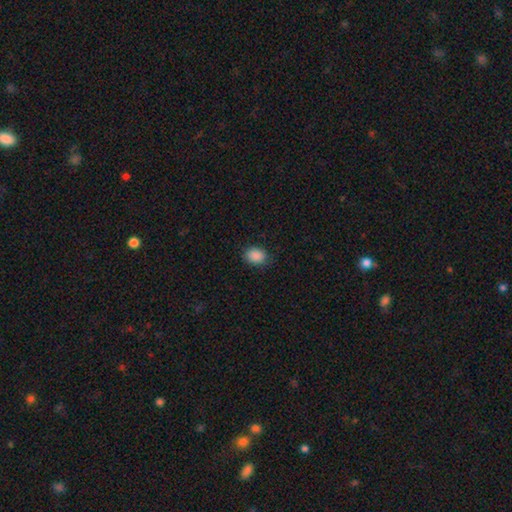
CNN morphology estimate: Smooth or featured? smooth (89%)
How rounded? in between (60%)
Merging? none (85%)